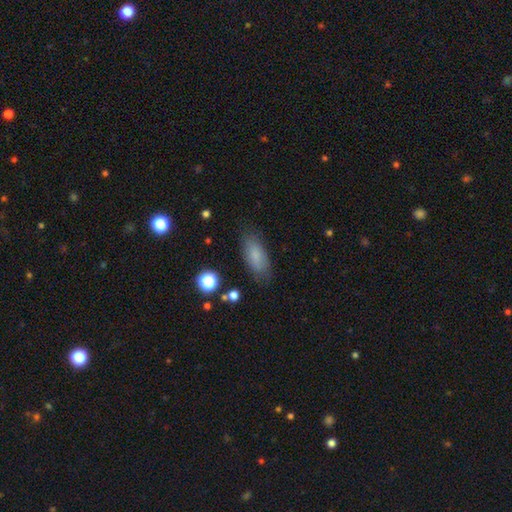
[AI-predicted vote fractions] The model was most divided on "merging": none: 80%, minor disturbance: 14%, major disturbance: 4%, merger: 2%. More confident: how rounded — in between (82%); smooth or featured — smooth (80%).